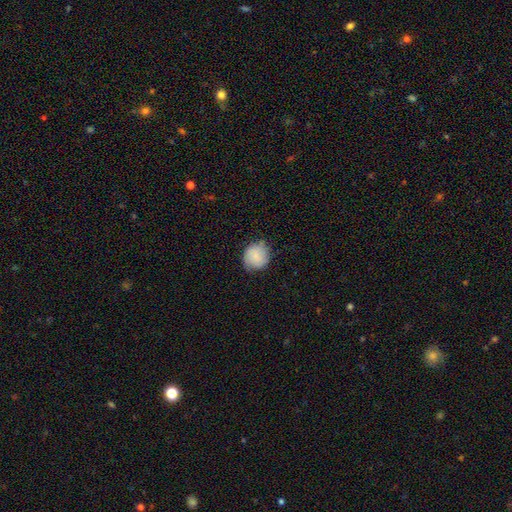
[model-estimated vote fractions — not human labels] A smooth galaxy with no disk features (80%) that is round (82%). Merging: none (70%).